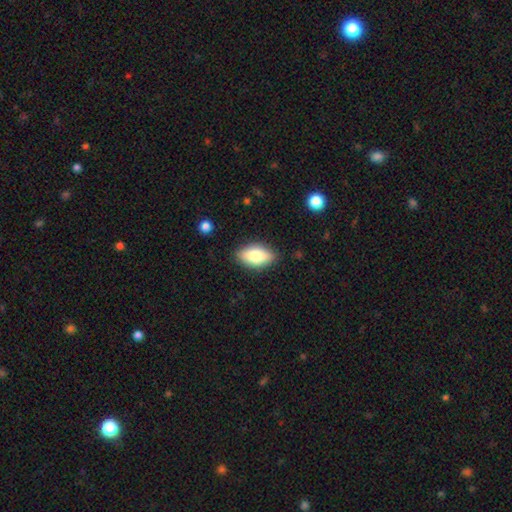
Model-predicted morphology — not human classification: Overall: smooth (80%). How rounded: in between (90%). Merging: none (84%).